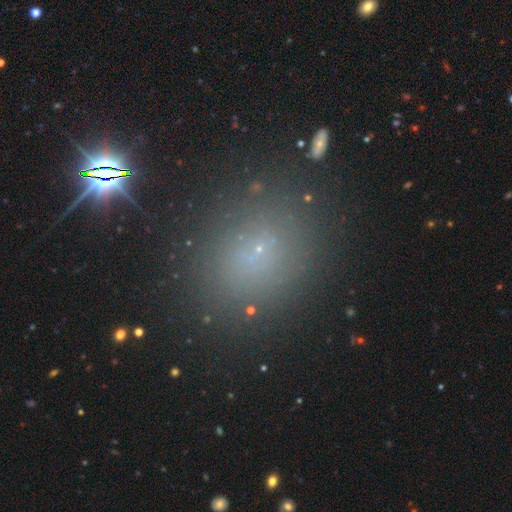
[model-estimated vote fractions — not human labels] smooth 54%, star or artifact 35%, featured or disk 11%. Down the decision tree: how rounded — round (60%); merging — none (86%).